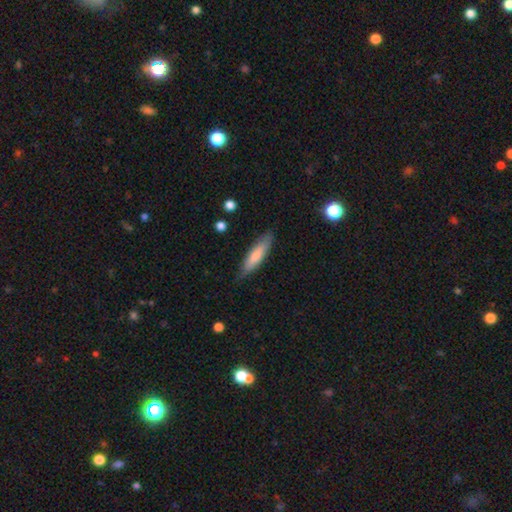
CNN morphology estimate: smooth 75%, featured or disk 19%, star or artifact 5%. Down the decision tree: how rounded — cigar-shaped (71%); merging — none (81%).